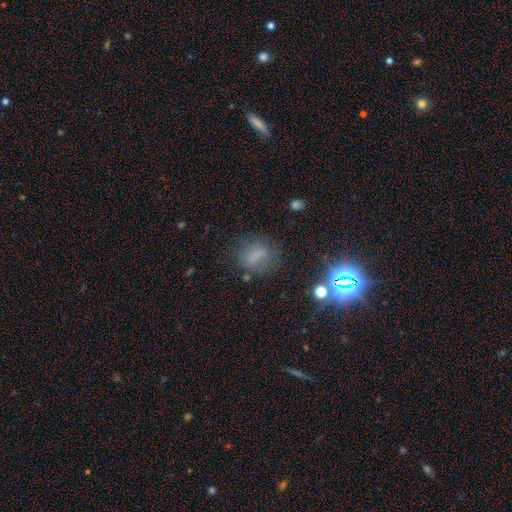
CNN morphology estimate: The model was most divided on "how rounded": in between: 52%, round: 43%, cigar-shaped: 5%. More confident: merging — none (66%); smooth or featured — smooth (59%).